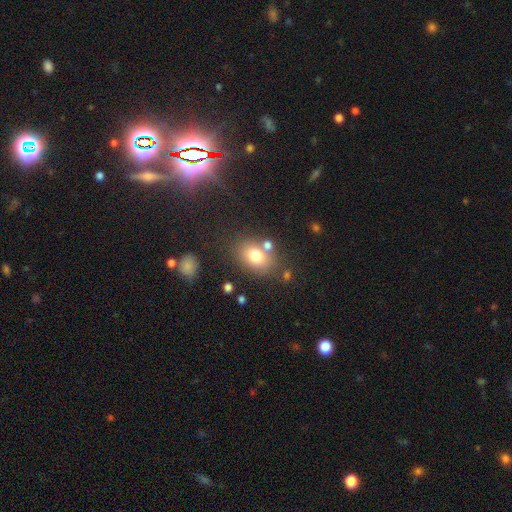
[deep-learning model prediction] A smooth galaxy with no disk features (75%) that is in between round and cigar-shaped (68%).

Vote fractions:
- Smooth or featured? smooth: 75% / featured or disk: 14% / star or artifact: 11%
- How rounded? in between: 68% / round: 31% / cigar-shaped: 1%
- Merging? none: 68% / minor disturbance: 13% / merger: 13% / major disturbance: 5%